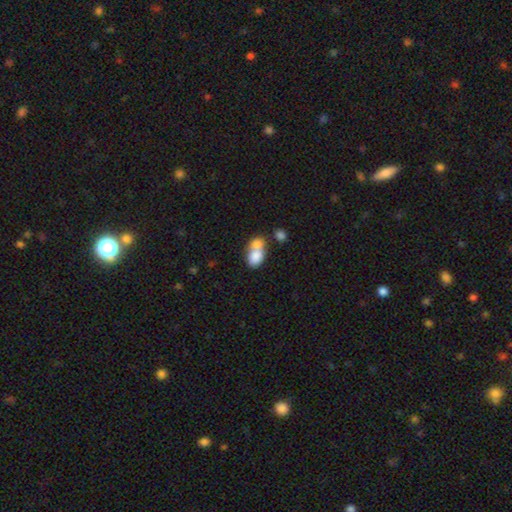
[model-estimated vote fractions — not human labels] This is likely a smooth galaxy (79%). How rounded: likely in between (75%). Merging: likely merger (68%).